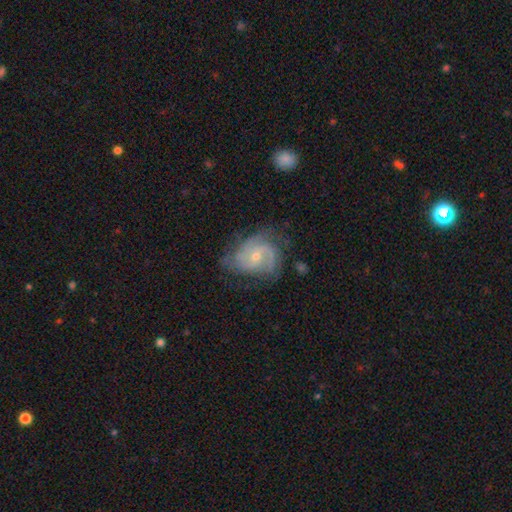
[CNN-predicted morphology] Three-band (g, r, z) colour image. It shows a featured or disk galaxy (82%) with no bar (62%), 2 (35%) medium (44%) spiral arms (95%) and a small central bulge (61%). Merging: none (60%).